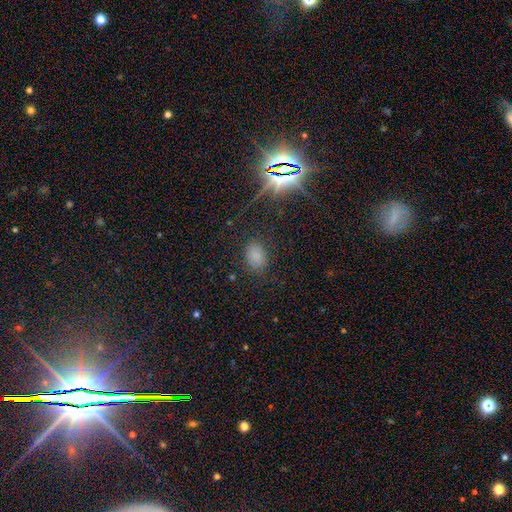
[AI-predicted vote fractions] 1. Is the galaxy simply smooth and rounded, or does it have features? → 71% smooth, 22% star or artifact, 7% featured or disk.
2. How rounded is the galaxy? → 74% in between, 24% round, 1% cigar-shaped.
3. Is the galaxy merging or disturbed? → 81% none, 12% minor disturbance, 5% major disturbance, 1% merger.